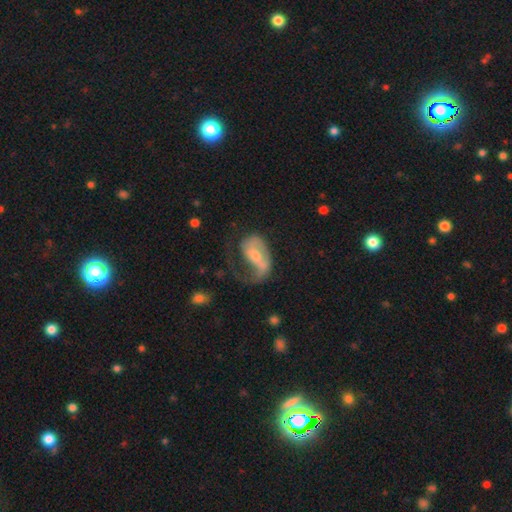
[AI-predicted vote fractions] This is likely a featured or disk galaxy (69%). It is clearly not viewed edge-on (96%). Bar: marginally weak (40%). Spiral arm pattern: likely yes (78%). Spiral arm count: possibly 1 (58%). Spiral winding: marginally loose (43%). Central bulge: possibly small (46%, tied with moderate). Merging: possibly major disturbance (53%).